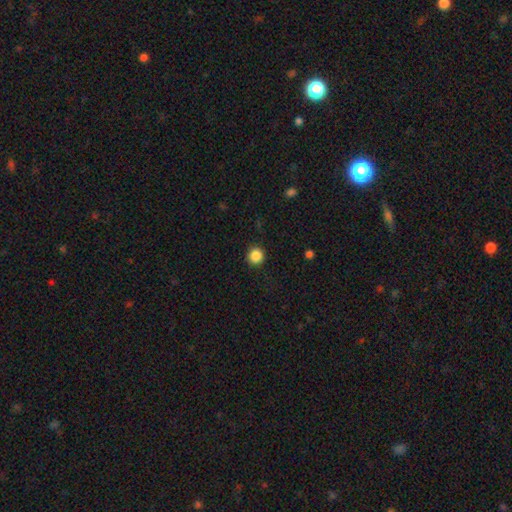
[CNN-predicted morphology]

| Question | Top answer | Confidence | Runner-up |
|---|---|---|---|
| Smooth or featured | smooth | 87% | star or artifact (10%) |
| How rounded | round | 94% | in between (5%) |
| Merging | none | 92% | minor disturbance (5%) |